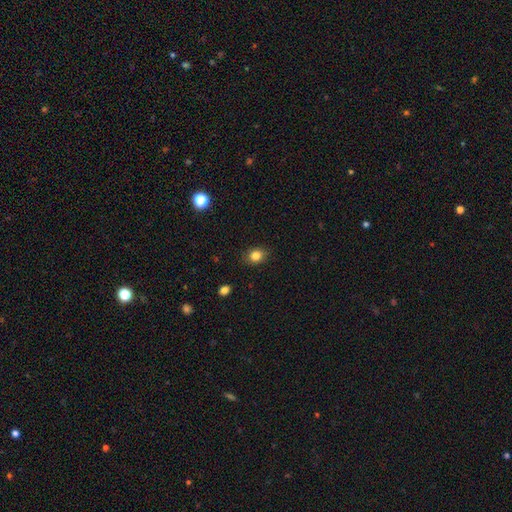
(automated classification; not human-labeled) The model was most divided on "how rounded": round: 56%, in between: 43%, cigar-shaped: 1%. More confident: merging — none (85%); smooth or featured — smooth (83%).